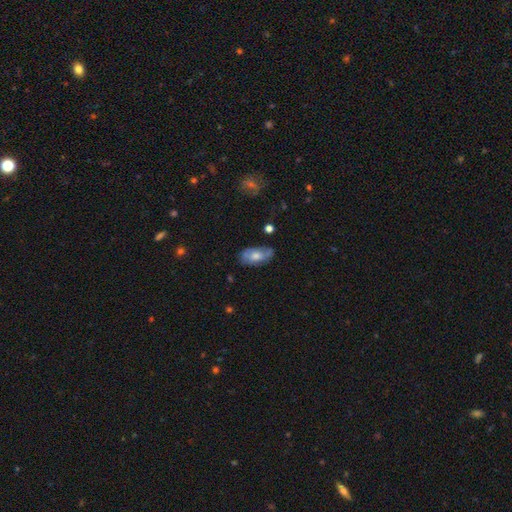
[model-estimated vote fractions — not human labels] This appears to be a smooth galaxy with no disk features (55%) that is in between round and cigar-shaped (90%). Merging: none (64%).